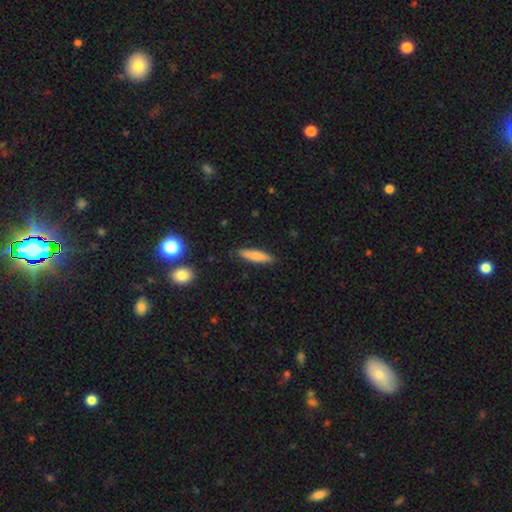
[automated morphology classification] A smooth galaxy with no disk features (77%) that is cigar-shaped (82%). Merging: none (88%).